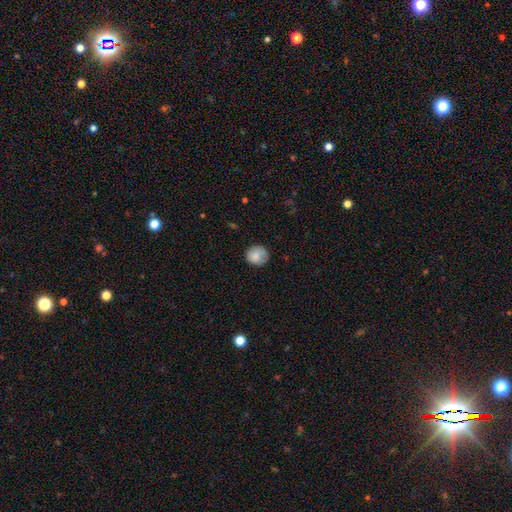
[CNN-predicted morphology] Overall: smooth (85%). How rounded: round (85%). Merging: none (78%).